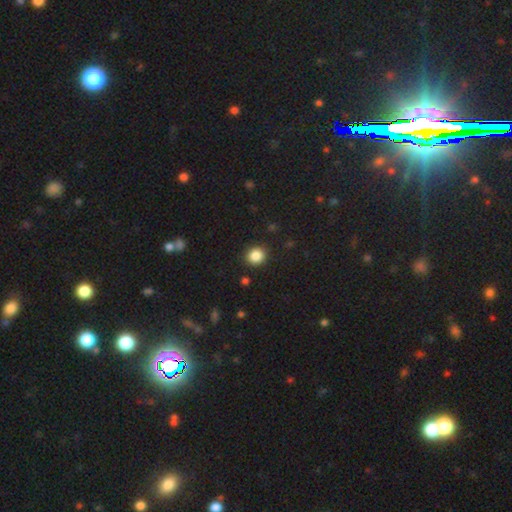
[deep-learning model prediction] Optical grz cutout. It shows a smooth galaxy with no disk features (86%) that is round (85%). Merging: none (91%).